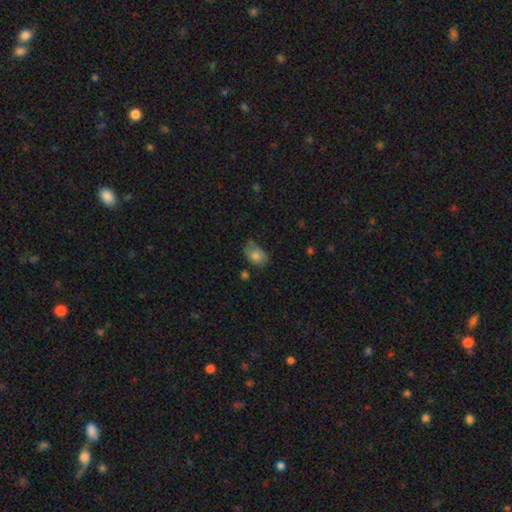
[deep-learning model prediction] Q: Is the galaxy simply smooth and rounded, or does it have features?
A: smooth — 79%.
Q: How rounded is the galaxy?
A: in between — 81%.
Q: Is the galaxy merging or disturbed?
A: none — 51%.